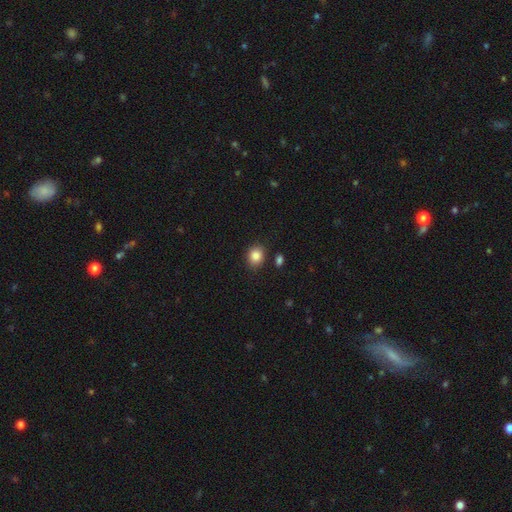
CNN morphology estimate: smooth_or_featured: smooth (p=0.86) [alt: star or artifact p=0.09]
how_rounded: round (p=0.63) [alt: in between p=0.36]
merging: none (p=0.83) [alt: minor disturbance p=0.11]